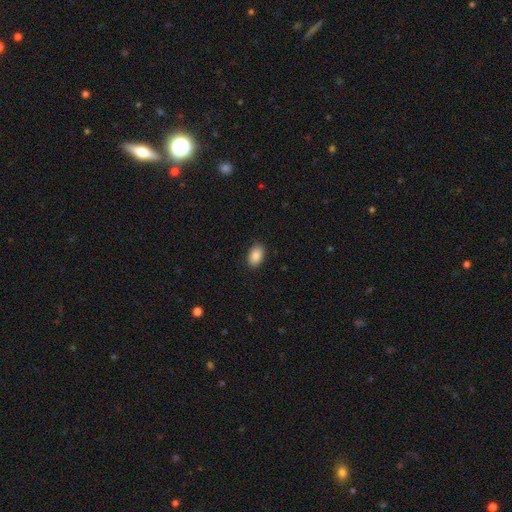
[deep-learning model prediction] Smooth or featured? Predicted: smooth (p=0.89). How rounded? Predicted: in between (p=0.90). Merging? Predicted: none (p=0.89).